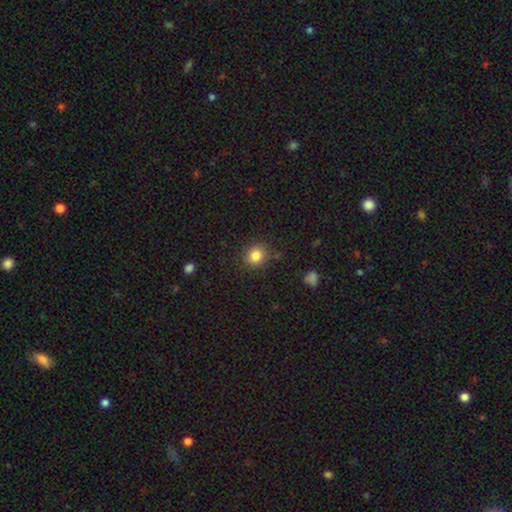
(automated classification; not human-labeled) smooth 84%, star or artifact 11%, featured or disk 5%. Down the decision tree: how rounded — round (85%); merging — none (85%).